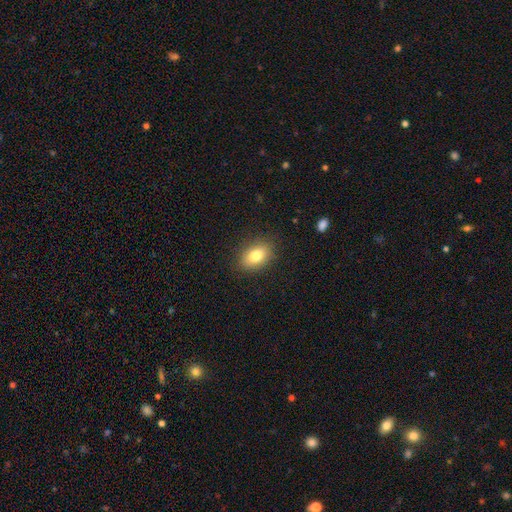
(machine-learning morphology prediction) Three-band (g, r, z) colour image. It shows a smooth galaxy with no disk features (79%) that is in between round and cigar-shaped (81%). Merging: none (87%).